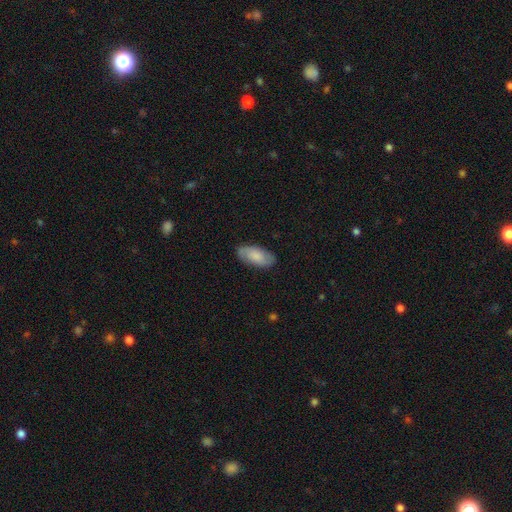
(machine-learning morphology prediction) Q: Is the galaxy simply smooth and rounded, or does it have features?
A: smooth — 59%.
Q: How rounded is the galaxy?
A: in between — 92%.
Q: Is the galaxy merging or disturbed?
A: none — 84%.